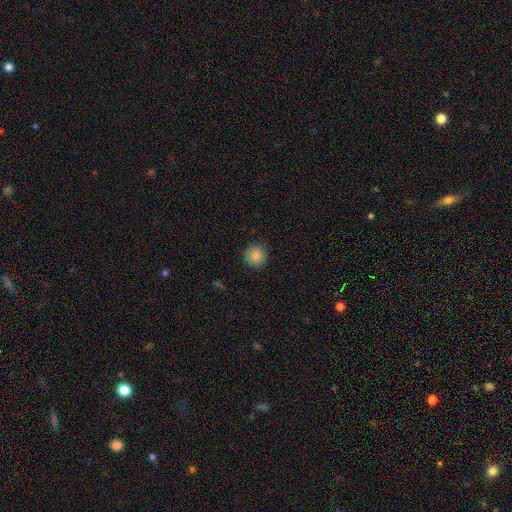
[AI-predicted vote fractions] A smooth galaxy with no disk features (82%) that is round (94%).

Vote fractions:
- Smooth or featured? smooth: 82% / star or artifact: 9% / featured or disk: 8%
- How rounded? round: 94% / in between: 5% / cigar-shaped: 1%
- Merging? none: 90% / minor disturbance: 7% / major disturbance: 2% / merger: 1%